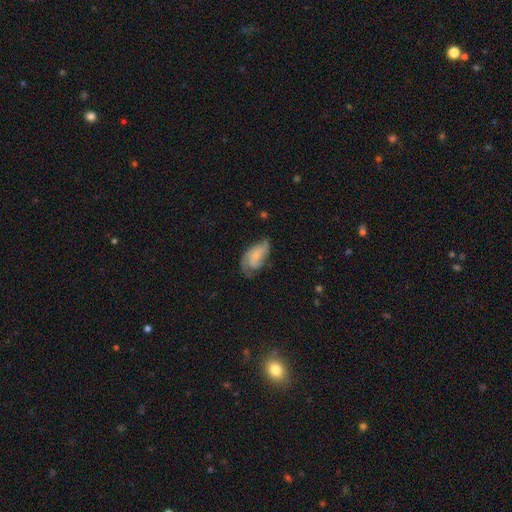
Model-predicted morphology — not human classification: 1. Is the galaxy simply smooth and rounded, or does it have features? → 49% featured or disk, 44% smooth, 7% star or artifact.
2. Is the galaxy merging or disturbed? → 45% none, 34% minor disturbance, 18% major disturbance, 2% merger.